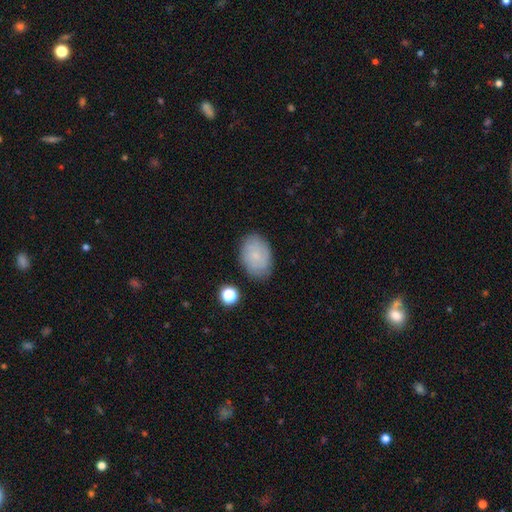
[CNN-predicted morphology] Smooth or featured? Predicted: smooth (p=0.59). How rounded? Predicted: in between (p=0.81). Merging? Predicted: none (p=0.80).